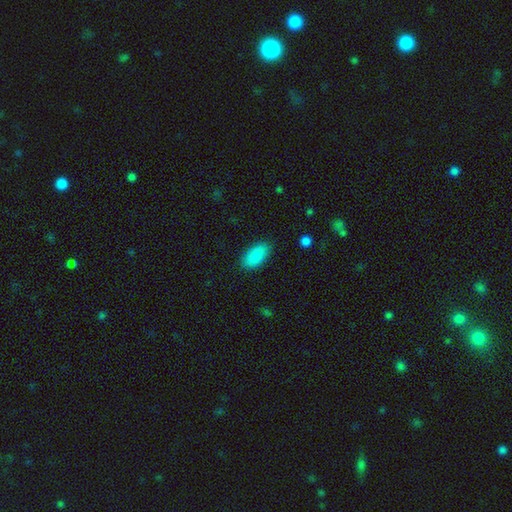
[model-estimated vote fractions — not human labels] Q: Smooth or featured?
A: smooth (89%); runner-up: star or artifact (7%)
Q: How rounded?
A: in between (93%); runner-up: cigar-shaped (5%)
Q: Merging?
A: none (86%); runner-up: minor disturbance (11%)